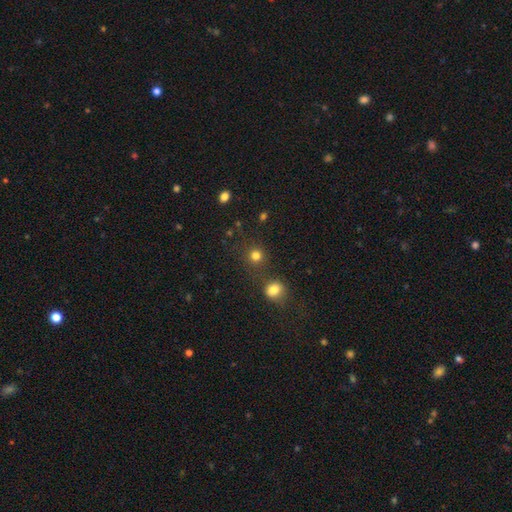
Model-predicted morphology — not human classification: A smooth galaxy with no disk features (80%) that is round (91%).

Vote fractions:
- Smooth or featured? smooth: 80% / star or artifact: 15% / featured or disk: 5%
- How rounded? round: 91% / in between: 8% / cigar-shaped: 1%
- Merging? none: 79% / merger: 10% / minor disturbance: 8% / major disturbance: 4%